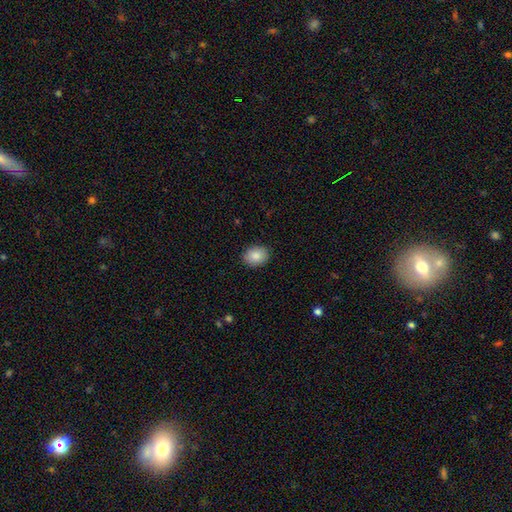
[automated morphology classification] The model was most divided on "how rounded": in between: 58%, round: 42%, cigar-shaped: 1%. More confident: merging — none (89%); smooth or featured — smooth (87%).